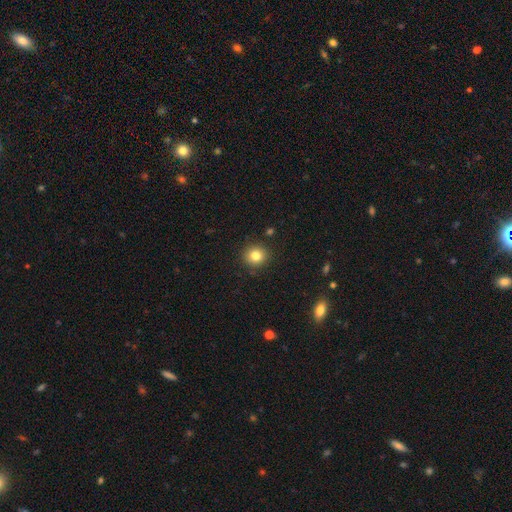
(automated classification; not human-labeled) smooth-or-featured: smooth: 82% | star or artifact: 11% | featured or disk: 7%
  how-rounded: round: 90% | in between: 9% | cigar-shaped: 1%
  merging: none: 90% | minor disturbance: 7% | major disturbance: 2% | merger: 2%